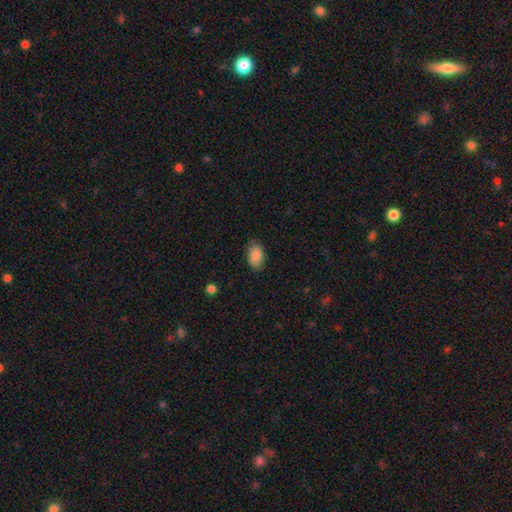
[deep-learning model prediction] smooth_or_featured: smooth (p=0.88) [alt: star or artifact p=0.07]
how_rounded: in between (p=0.93) [alt: round p=0.05]
merging: none (p=0.83) [alt: minor disturbance p=0.13]